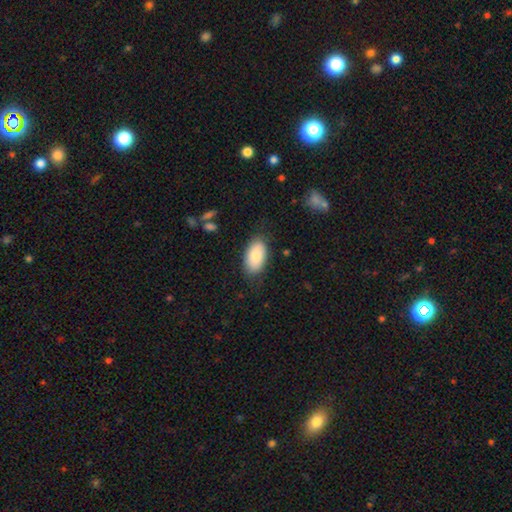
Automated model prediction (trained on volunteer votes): A smooth galaxy with no disk features (83%) that is in between round and cigar-shaped (95%).

Vote fractions:
- Smooth or featured? smooth: 83% / featured or disk: 10% / star or artifact: 6%
- How rounded? in between: 95% / round: 3% / cigar-shaped: 2%
- Merging? none: 80% / minor disturbance: 15% / major disturbance: 4% / merger: 1%